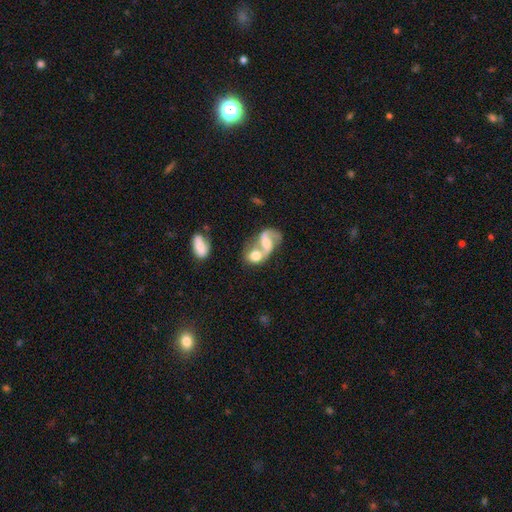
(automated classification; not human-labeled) Smooth or featured: featured or disk — 58% (smooth — 34%)
Edge-on disk: no — 96% (yes — 4%)
Bar: no — 47% (weak — 37%)
Spiral arms: yes — 81% (no — 19%)
Bulge size: moderate — 41% (small — 27%)
Merging: merger — 69% (none — 18%)